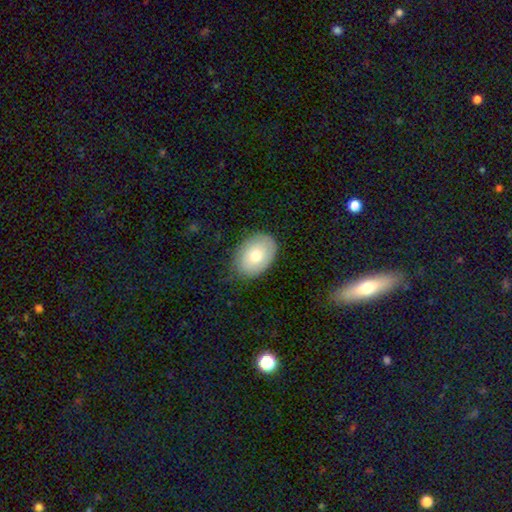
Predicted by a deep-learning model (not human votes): Q: Smooth or featured?
A: smooth (72%); runner-up: featured or disk (21%)
Q: How rounded?
A: in between (81%); runner-up: round (18%)
Q: Merging?
A: none (75%); runner-up: minor disturbance (20%)